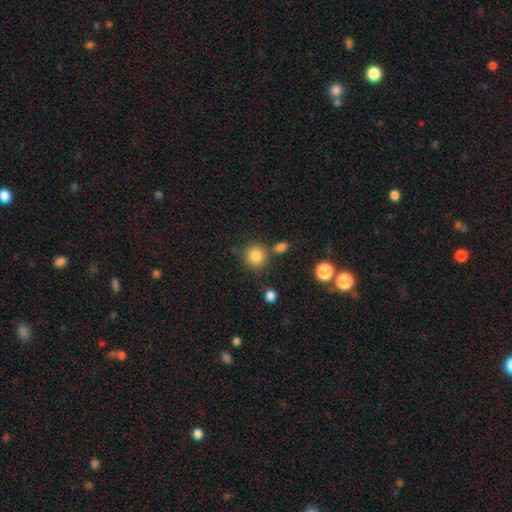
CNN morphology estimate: A smooth galaxy with no disk features (84%) that is round (90%). Merging: none (76%).